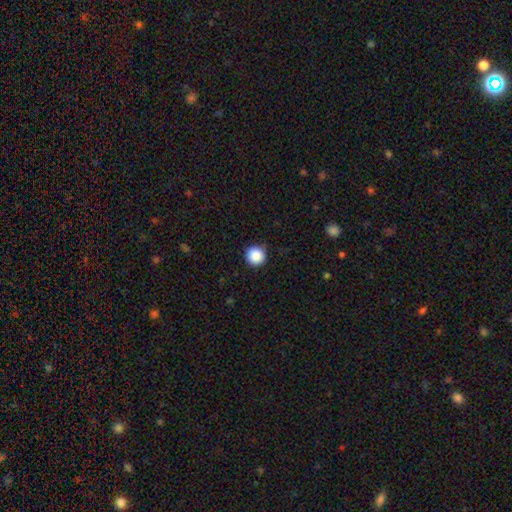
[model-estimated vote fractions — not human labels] The model was most divided on "smooth or featured": smooth: 88%, star or artifact: 9%, featured or disk: 3%. More confident: how rounded — round (96%); merging — none (90%).